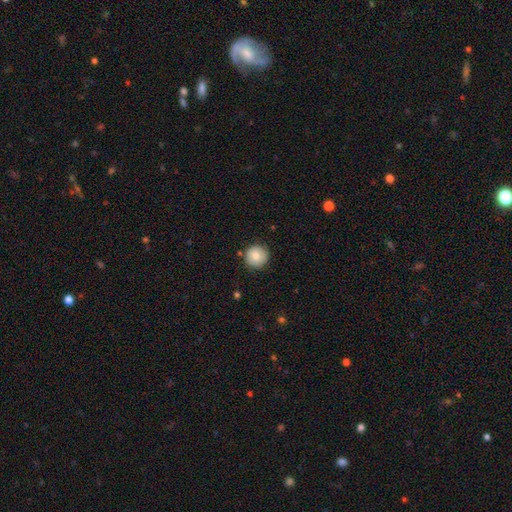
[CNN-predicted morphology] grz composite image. It shows a smooth galaxy with no disk features (77%) that is round (94%). Merging: none (86%).